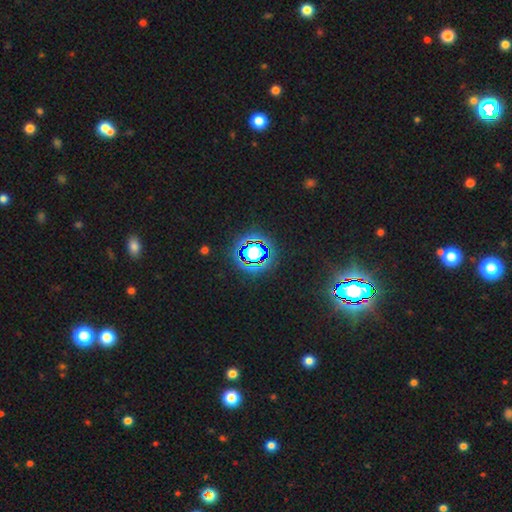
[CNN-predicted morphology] Smooth or featured: star or artifact — 79% (smooth — 13%)